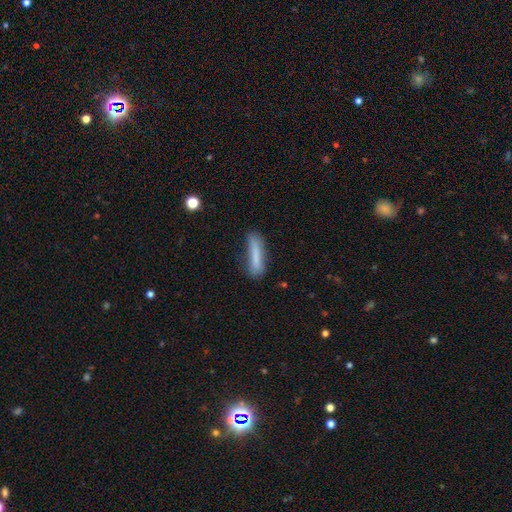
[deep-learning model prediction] Q: Smooth or featured?
A: smooth (78%); runner-up: featured or disk (15%)
Q: How rounded?
A: cigar-shaped (84%); runner-up: in between (14%)
Q: Merging?
A: none (69%); runner-up: minor disturbance (21%)